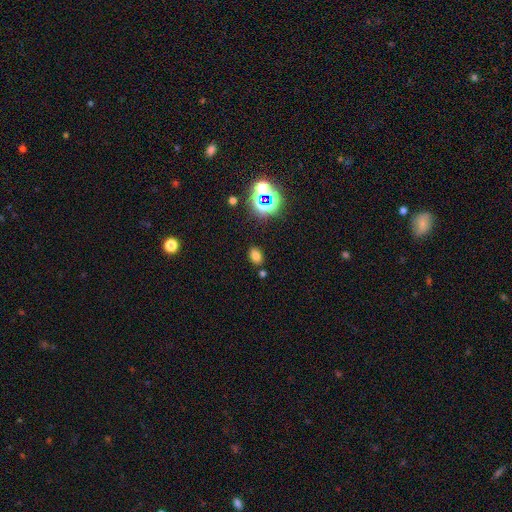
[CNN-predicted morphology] smooth_or_featured: smooth (p=0.69) [alt: star or artifact p=0.24]
how_rounded: in between (p=0.76) [alt: round p=0.22]
merging: none (p=0.82) [alt: minor disturbance p=0.10]